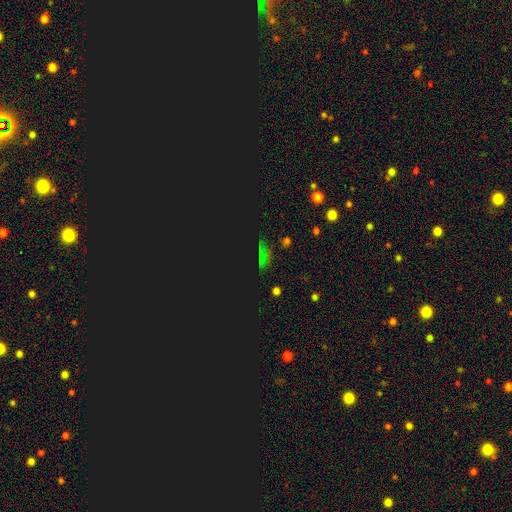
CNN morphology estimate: star or artifact 75%, smooth 17%, featured or disk 8%.